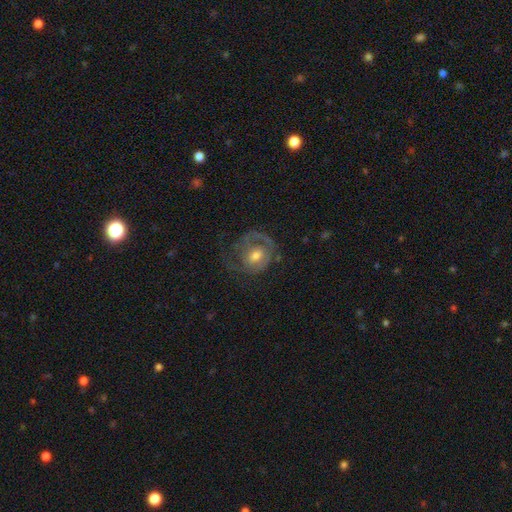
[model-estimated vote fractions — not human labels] Smooth or featured?
  - featured or disk: 69% *
  - smooth: 25%
  - star or artifact: 7%
Edge-on disk?
  - no: 97% *
  - yes: 3%
Bar?
  - no: 63% *
  - weak: 30%
  - strong: 6%
Spiral arms?
  - yes: 79% *
  - no: 21%
Spiral winding?
  - tight: 47% *
  - medium: 37%
  - loose: 17%
Spiral arm count?
  - 1: 36% * (tied)
  - 2: 36% * (tied)
  - can't tell: 20%
  - 3: 5%
  - 4: 2%
  - more than 4: 2%
Bulge size?
  - moderate: 64% *
  - small: 26%
  - large: 7%
  - none: 2%
  - dominant: 1%
Merging?
  - none: 51% *
  - major disturbance: 26%
  - minor disturbance: 21%
  - merger: 2%